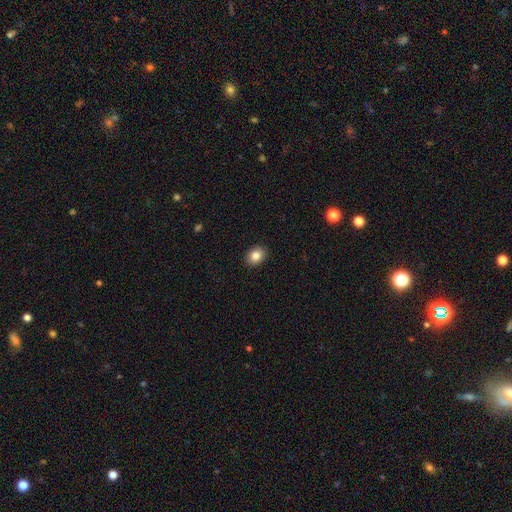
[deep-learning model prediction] This is clearly a smooth galaxy (85%). How rounded: likely in between (63%). Merging: clearly none (91%).